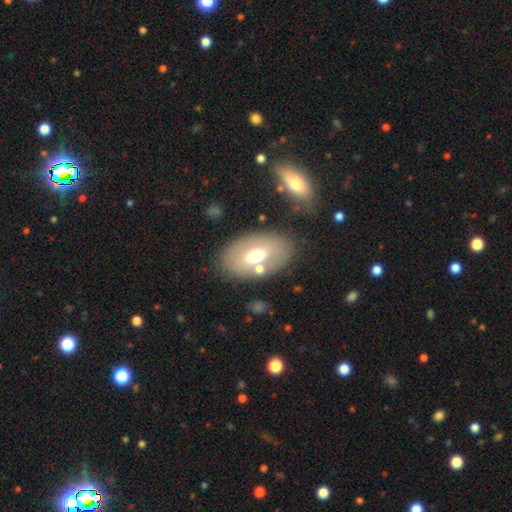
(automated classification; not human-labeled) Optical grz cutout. It shows a smooth galaxy with no disk features (56%) that is in between round and cigar-shaped (87%). Merging: none (71%).